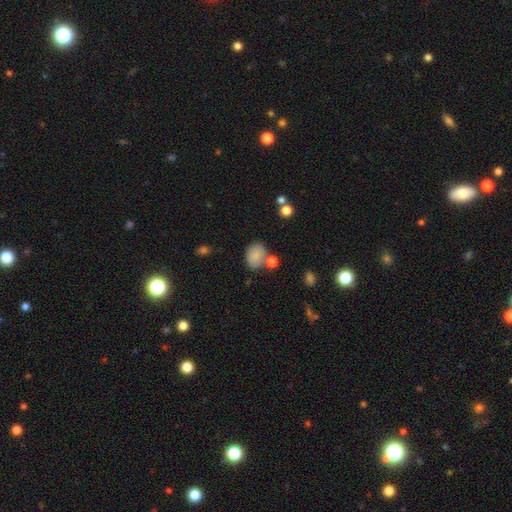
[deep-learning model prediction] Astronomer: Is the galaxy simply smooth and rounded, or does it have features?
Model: smooth — 83%.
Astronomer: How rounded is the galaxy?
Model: in between — 67%.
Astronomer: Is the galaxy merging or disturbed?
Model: none — 62%.